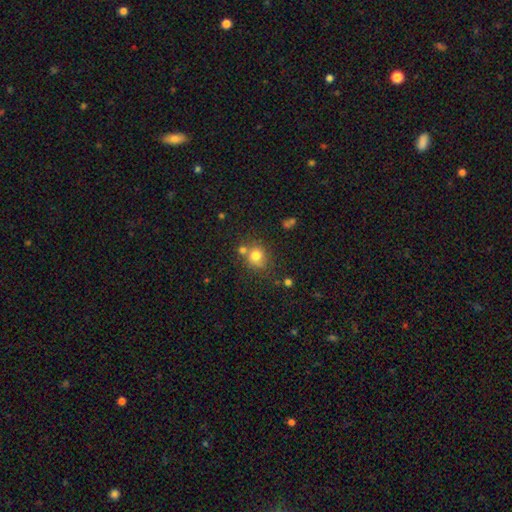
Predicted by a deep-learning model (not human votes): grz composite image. It shows a smooth galaxy with no disk features (77%) that is round (80%). Merging: none (61%).